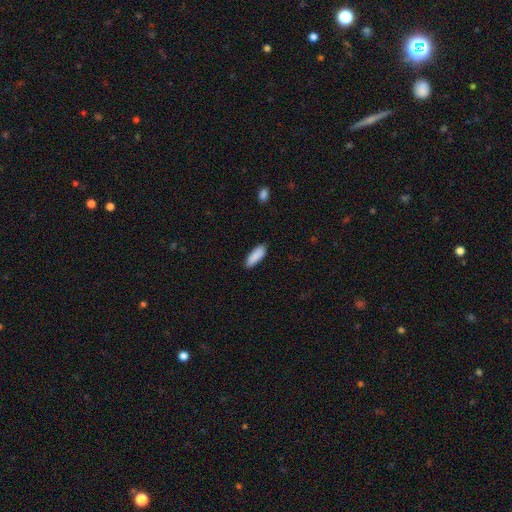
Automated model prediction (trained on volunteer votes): A smooth galaxy with no disk features (90%) that is in between round and cigar-shaped (63%). Merging: none (87%).